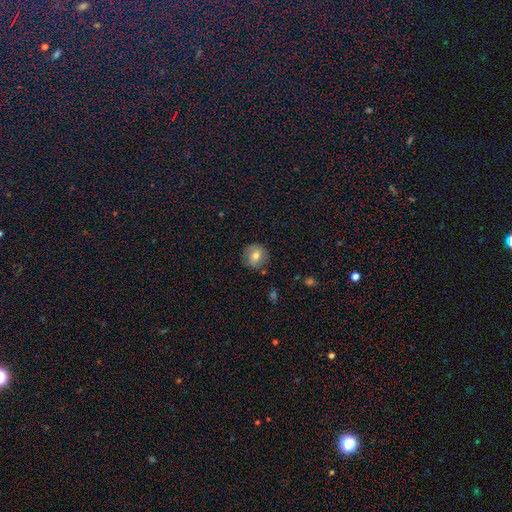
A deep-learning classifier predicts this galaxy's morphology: Smooth or featured? Predicted: smooth (p=0.73). How rounded? Predicted: round (p=0.89). Merging? Predicted: none (p=0.83).